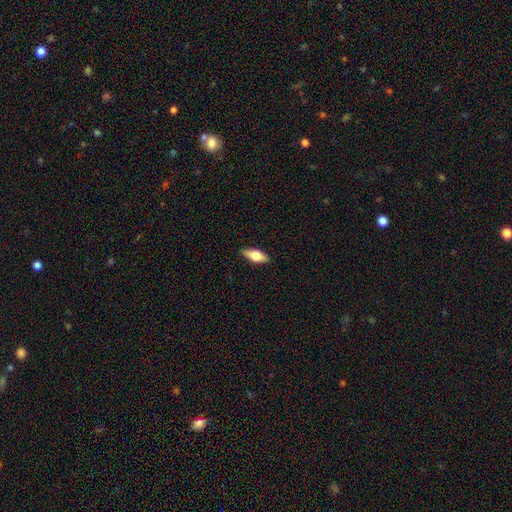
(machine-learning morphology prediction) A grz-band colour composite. It shows a smooth galaxy with no disk features (61%) that is in between round and cigar-shaped (76%). Merging: none (87%).